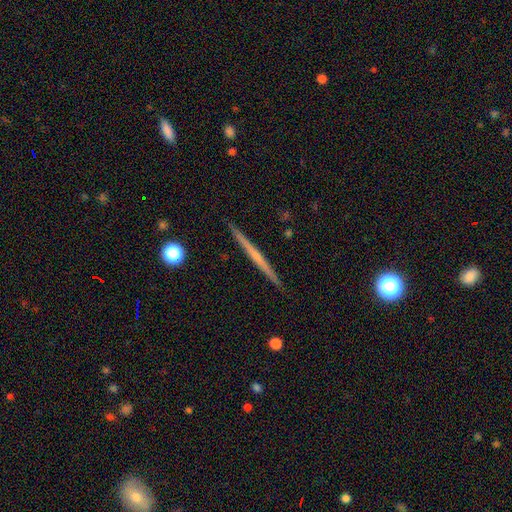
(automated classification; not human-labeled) This is likely a featured or disk galaxy (65%). It is clearly viewed edge-on (98%). Edge-on bulge: likely none (71%). Merging: clearly none (92%).